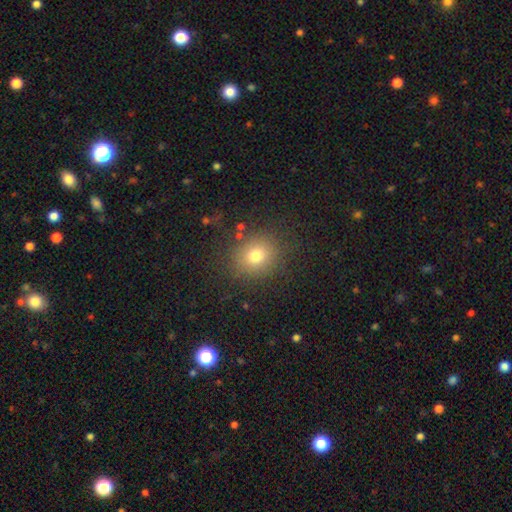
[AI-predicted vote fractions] This appears to be a smooth galaxy with no disk features (76%) that is round (77%). Merging: none (84%).